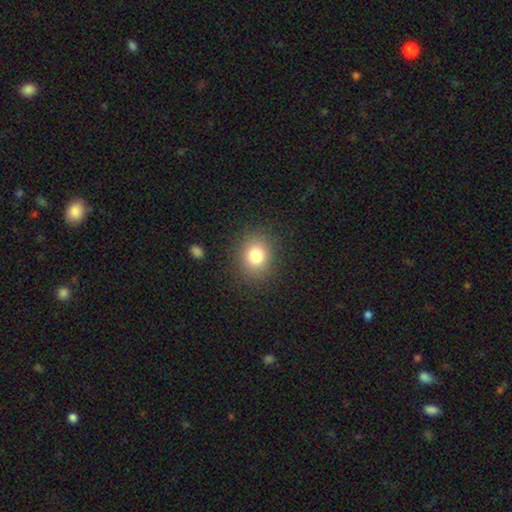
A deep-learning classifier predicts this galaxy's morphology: smooth-or-featured: smooth: 80% | star or artifact: 12% | featured or disk: 8%
  how-rounded: round: 66% | in between: 33% | cigar-shaped: 1%
  merging: none: 87% | minor disturbance: 9% | major disturbance: 4% | merger: 1%